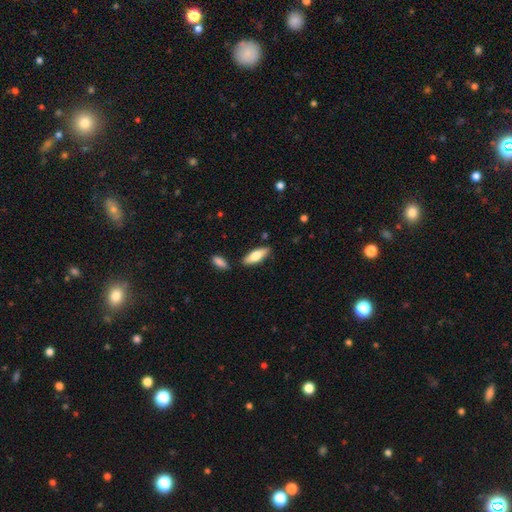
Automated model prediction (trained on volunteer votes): smooth-or-featured: smooth: 69% | featured or disk: 25% | star or artifact: 6%
  how-rounded: in between: 60% | cigar-shaped: 38% | round: 2%
  merging: none: 82% | minor disturbance: 11% | merger: 4% | major disturbance: 2%